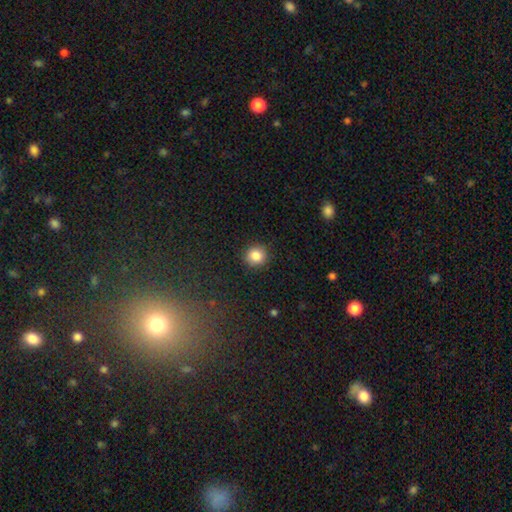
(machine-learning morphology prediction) smooth_or_featured: smooth (p=0.85) [alt: star or artifact p=0.10]
how_rounded: round (p=0.91) [alt: in between p=0.08]
merging: none (p=0.91) [alt: minor disturbance p=0.06]